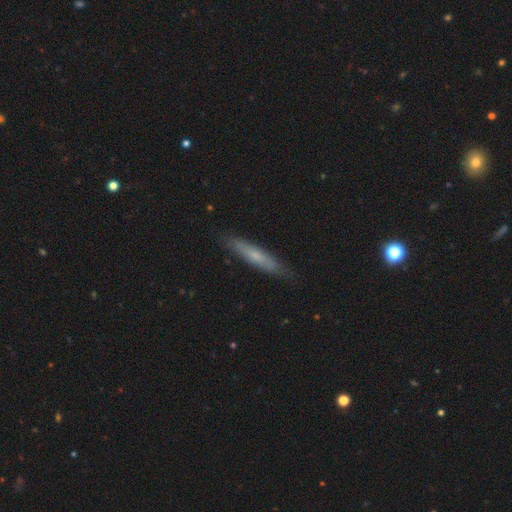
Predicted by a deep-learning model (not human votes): Smooth or featured?
  - smooth: 55% *
  - featured or disk: 39%
  - star or artifact: 6%
How rounded?
  - cigar-shaped: 90% *
  - in between: 9%
  - round: 1%
Merging?
  - none: 86% *
  - minor disturbance: 11%
  - major disturbance: 2%
  - merger: 1%